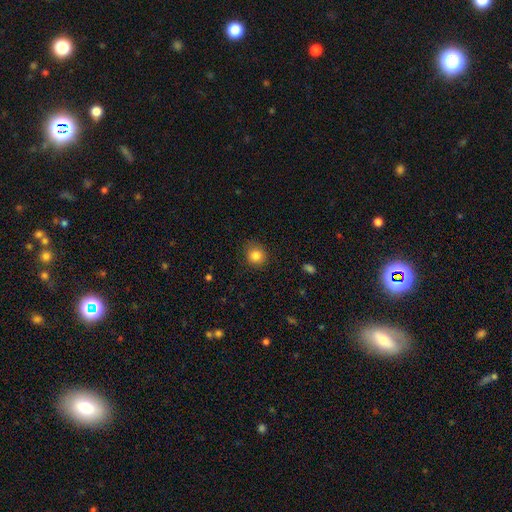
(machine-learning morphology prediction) A smooth galaxy with no disk features (83%) that is round (87%). Merging: none (86%).